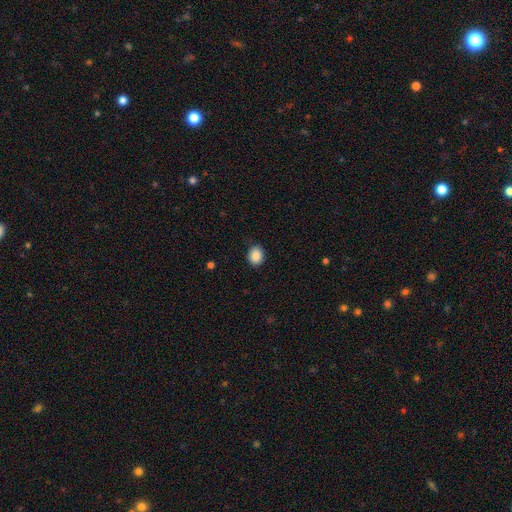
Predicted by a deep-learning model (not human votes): Smooth or featured?
  - smooth: 89% *
  - star or artifact: 8%
  - featured or disk: 3%
How rounded?
  - round: 51% *
  - in between: 48%
  - cigar-shaped: 1%
Merging?
  - none: 86% *
  - minor disturbance: 10%
  - major disturbance: 2%
  - merger: 1%